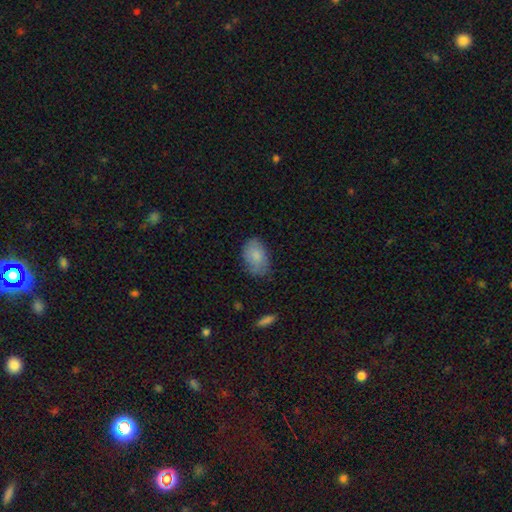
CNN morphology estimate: This appears to be a smooth galaxy with no disk features (82%) that is in between round and cigar-shaped (90%). Merging: none (71%).